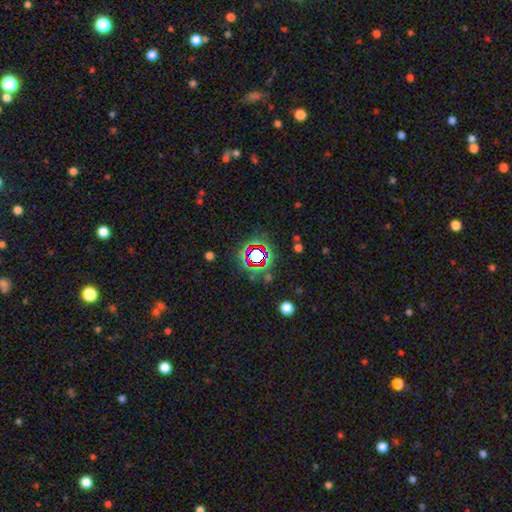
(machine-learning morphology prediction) A star or artifact, not a galaxy (67%).